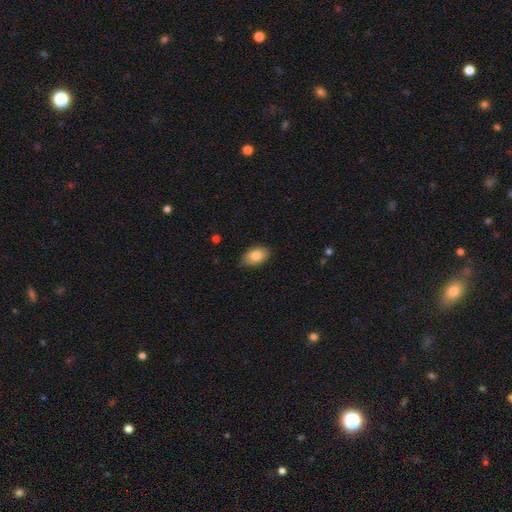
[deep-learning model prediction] Smooth or featured?
  - smooth: 82% *
  - featured or disk: 11%
  - star or artifact: 7%
How rounded?
  - in between: 90% *
  - round: 9%
  - cigar-shaped: 1%
Merging?
  - none: 85% *
  - minor disturbance: 12%
  - major disturbance: 2%
  - merger: 1%